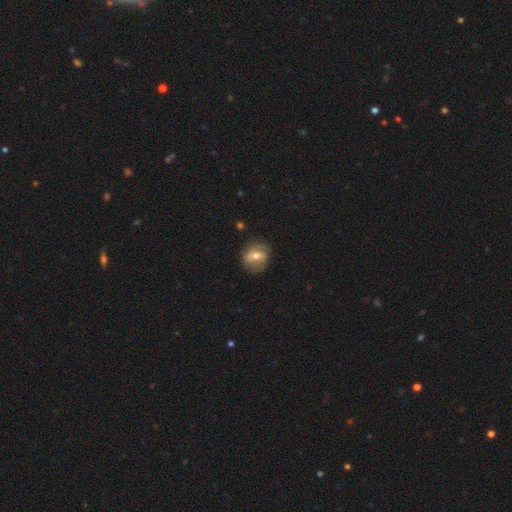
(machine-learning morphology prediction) A featured or disk galaxy (57%) with a weak bar (42%), spiral arms (68%) and a moderate central bulge (69%).

Vote fractions:
- Smooth or featured? featured or disk: 57% / smooth: 35% / star or artifact: 8%
- Edge-on disk? no: 95% / yes: 5%
- Bar? weak: 42% / strong: 34% / no: 24%
- Spiral arms? yes: 68% / no: 32%
- Bulge size? moderate: 69% / small: 23% / large: 5% / none: 1% / dominant: 1%
- Merging? none: 74% / minor disturbance: 18% / major disturbance: 7% / merger: 1%